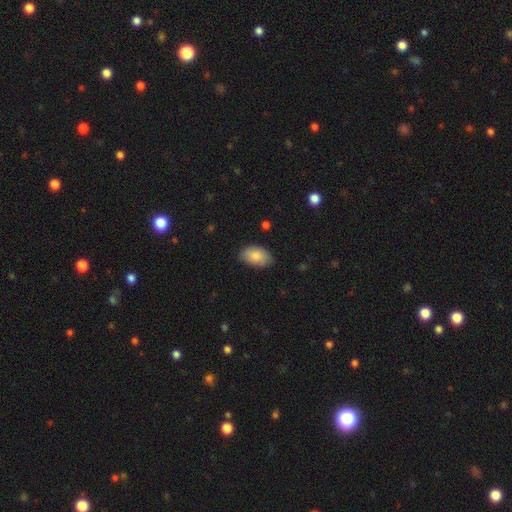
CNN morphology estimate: Smooth or featured?
  - smooth: 84% *
  - featured or disk: 10%
  - star or artifact: 6%
How rounded?
  - in between: 92% *
  - round: 6%
  - cigar-shaped: 1%
Merging?
  - none: 79% *
  - minor disturbance: 17%
  - major disturbance: 3%
  - merger: 1%